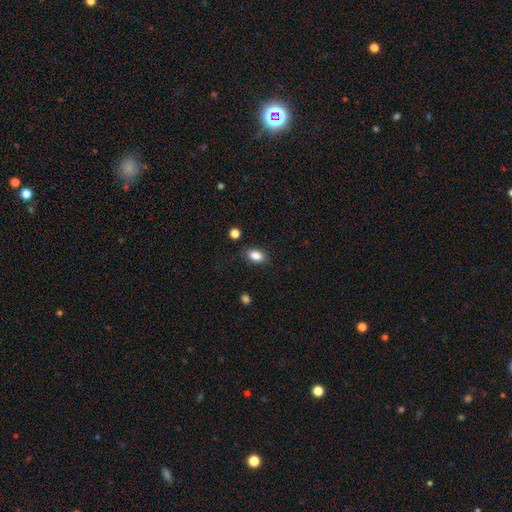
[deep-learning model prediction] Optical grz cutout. It shows a smooth galaxy with no disk features (86%) that is in between round and cigar-shaped (85%). Merging: none (83%).